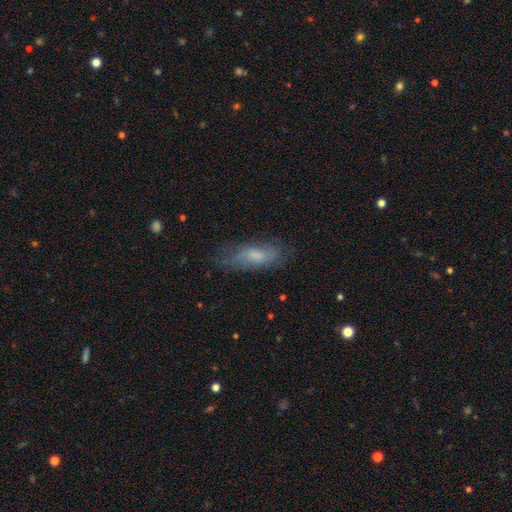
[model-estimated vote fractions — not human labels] A smooth galaxy with no disk features (59%) that is in between round and cigar-shaped (65%).

Vote fractions:
- Smooth or featured? smooth: 59% / featured or disk: 33% / star or artifact: 9%
- How rounded? in between: 65% / cigar-shaped: 32% / round: 2%
- Merging? none: 65% / minor disturbance: 24% / major disturbance: 9% / merger: 2%